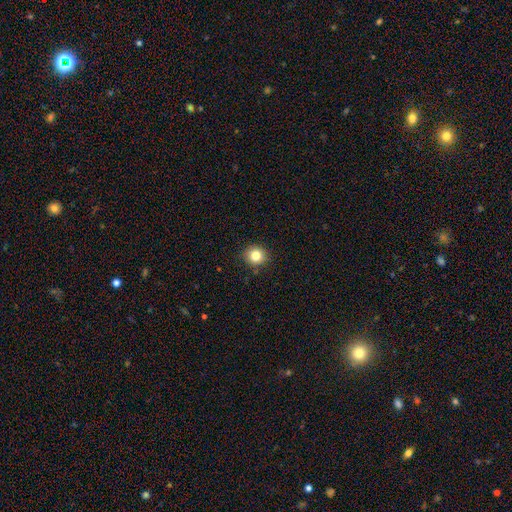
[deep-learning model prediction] Overall: smooth (81%). How rounded: round (86%). Merging: none (89%).